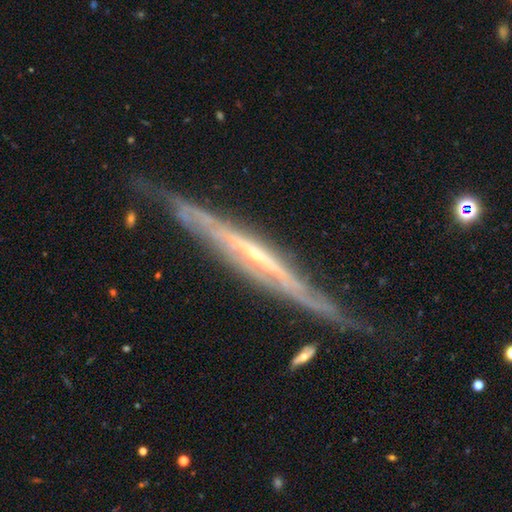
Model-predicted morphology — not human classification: smooth_or_featured: featured or disk (p=0.86) [alt: smooth p=0.09]
disk_edge_on: yes (p=0.90) [alt: no p=0.10]
edge_on_bulge: none (p=0.51) [alt: rounded p=0.41]
merging: none (p=0.73) [alt: minor disturbance p=0.20]